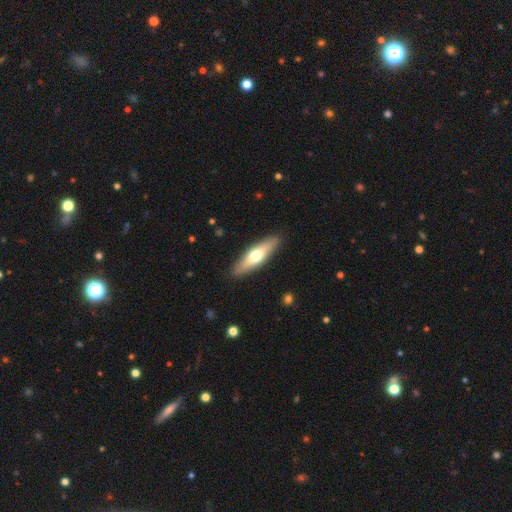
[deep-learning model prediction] Smooth or featured? smooth (53%)
How rounded? cigar-shaped (63%)
Merging? none (89%)